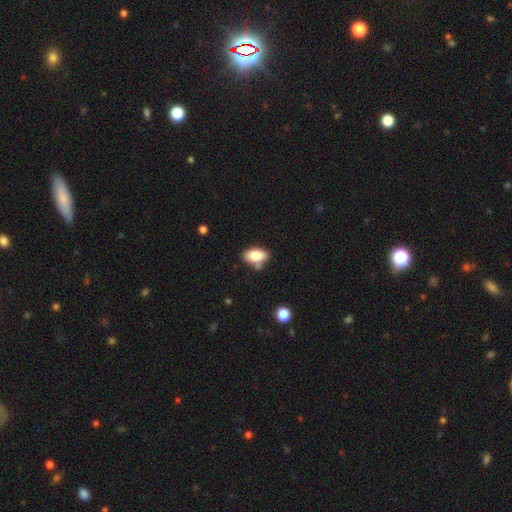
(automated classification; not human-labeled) Overall: smooth (83%). How rounded: in between (91%). Merging: none (69%).